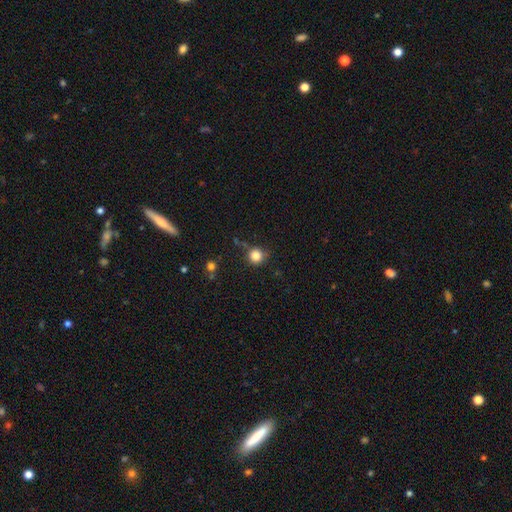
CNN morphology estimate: A smooth galaxy with no disk features (83%) that is round (94%). Merging: none (81%).